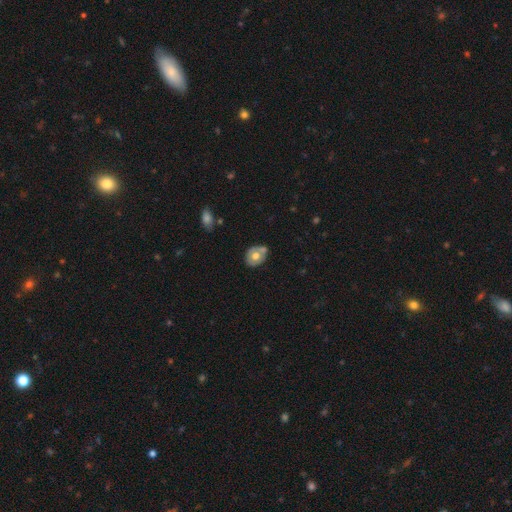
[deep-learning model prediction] smooth 58%, featured or disk 35%, star or artifact 7%. Down the decision tree: how rounded — in between (51%); merging — none (59%).